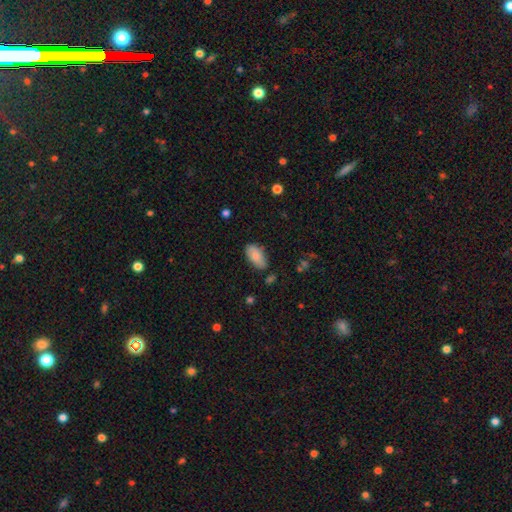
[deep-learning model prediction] smooth_or_featured: smooth (p=0.81) [alt: featured or disk p=0.12]
how_rounded: in between (p=0.93) [alt: cigar-shaped p=0.04]
merging: none (p=0.79) [alt: minor disturbance p=0.16]